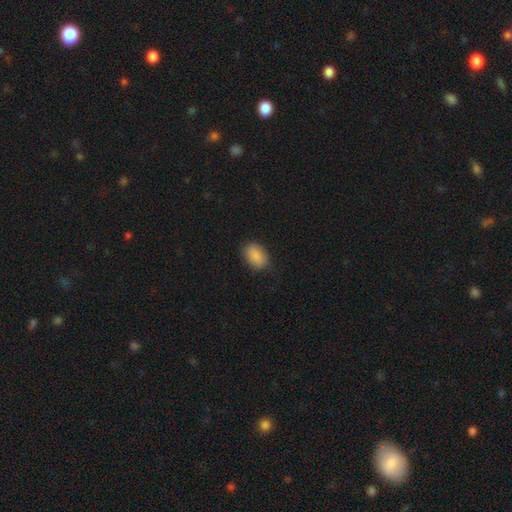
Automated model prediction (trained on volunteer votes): This is clearly a smooth galaxy (89%). How rounded: clearly in between (83%). Merging: clearly none (83%).